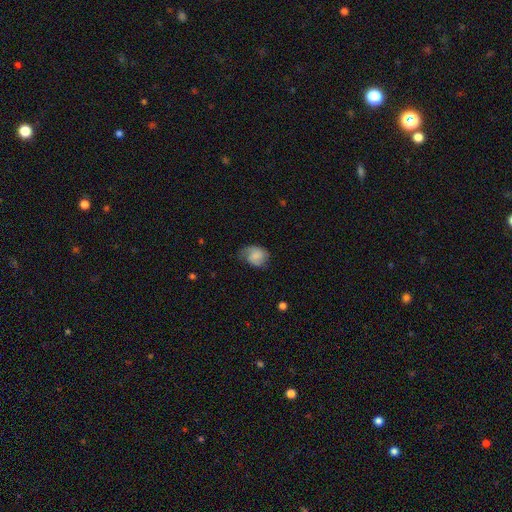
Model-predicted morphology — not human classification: Q: Smooth or featured?
A: smooth (61%); runner-up: featured or disk (31%)
Q: How rounded?
A: round (50%); runner-up: in between (49%)
Q: Merging?
A: none (44%); runner-up: minor disturbance (34%)